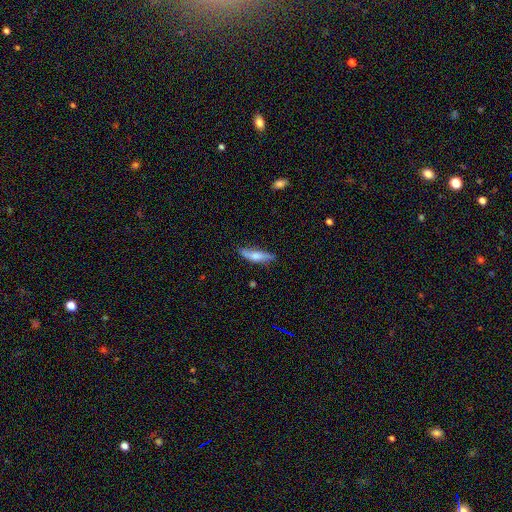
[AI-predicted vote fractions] A smooth galaxy with no disk features (62%) that is cigar-shaped (67%). Merging: none (69%).